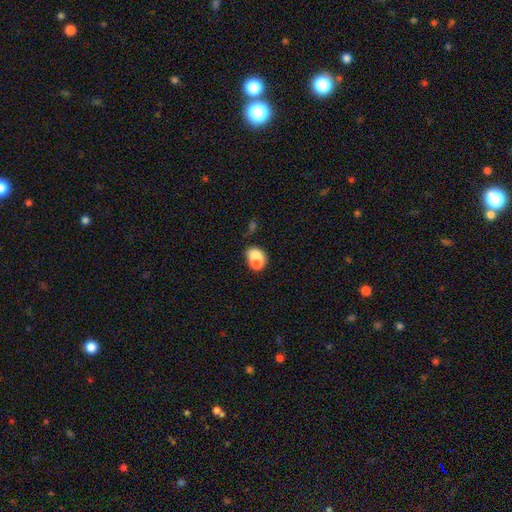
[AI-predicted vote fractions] This appears to be a smooth galaxy with no disk features (68%) that is round (50%). Merging: merger (63%).